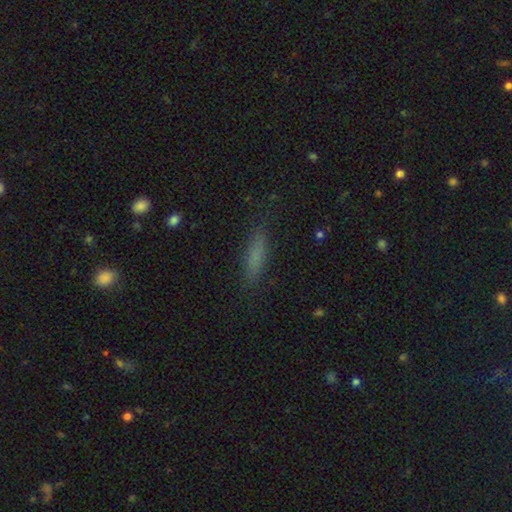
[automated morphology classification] Q: Smooth or featured?
A: smooth (74%); runner-up: featured or disk (15%)
Q: How rounded?
A: cigar-shaped (78%); runner-up: in between (20%)
Q: Merging?
A: none (85%); runner-up: minor disturbance (11%)